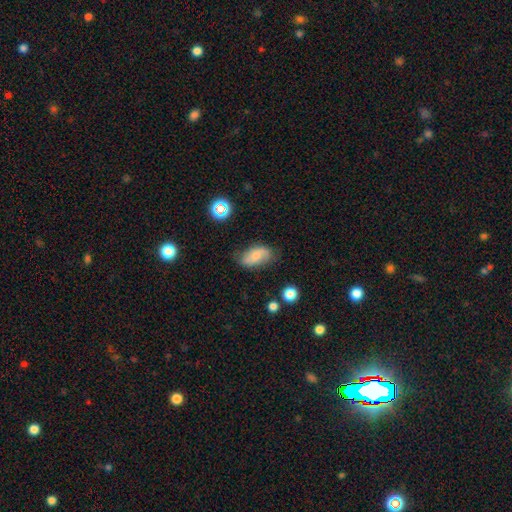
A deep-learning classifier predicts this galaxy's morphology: smooth 56%, featured or disk 34%, star or artifact 10%. Down the decision tree: how rounded — in between (91%); merging — none (66%).